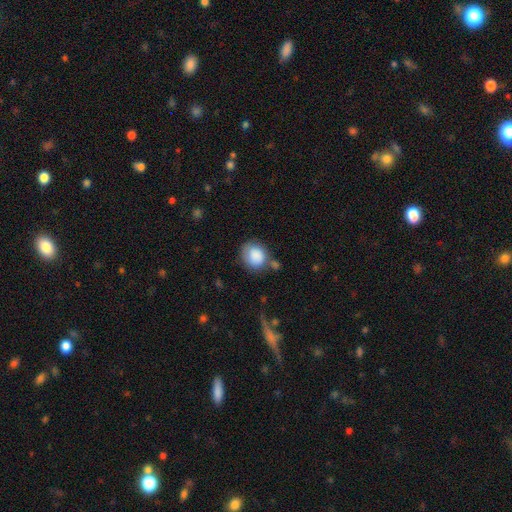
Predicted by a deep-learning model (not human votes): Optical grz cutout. It shows a smooth galaxy with no disk features (86%) that is round (75%). Merging: none (60%).